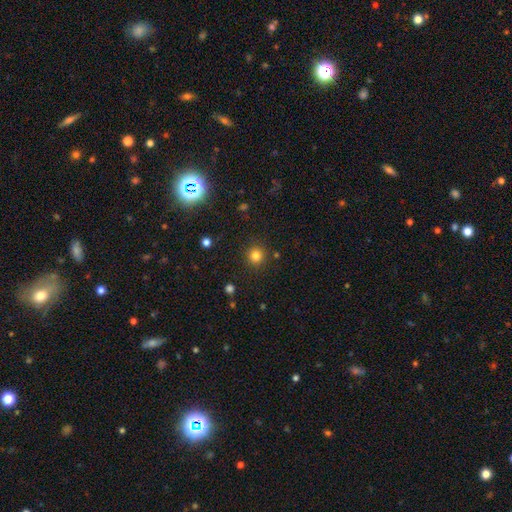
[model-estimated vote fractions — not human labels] Smooth or featured?
  - smooth: 80% *
  - star or artifact: 15%
  - featured or disk: 5%
How rounded?
  - round: 94% *
  - in between: 5%
  - cigar-shaped: 1%
Merging?
  - none: 89% *
  - minor disturbance: 6%
  - major disturbance: 3%
  - merger: 2%